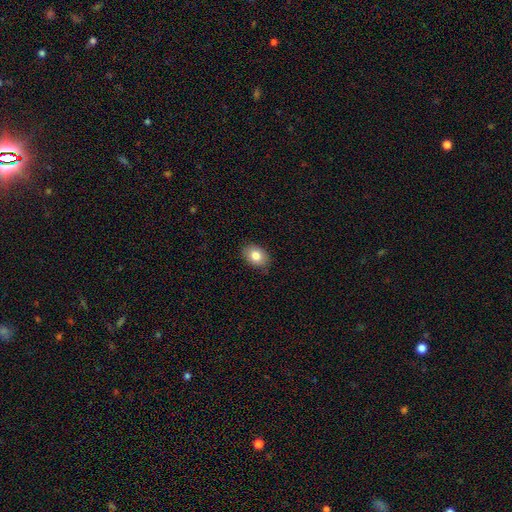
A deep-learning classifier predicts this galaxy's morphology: Overall: smooth (82%). How rounded: in between (75%). Merging: none (85%).